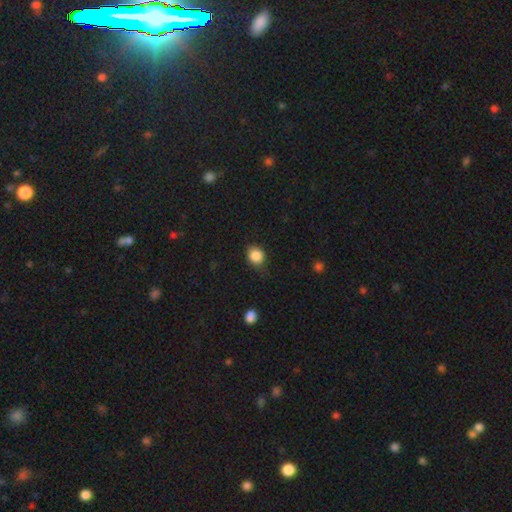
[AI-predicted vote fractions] Q: Smooth or featured?
A: smooth (85%); runner-up: star or artifact (10%)
Q: How rounded?
A: round (71%); runner-up: in between (28%)
Q: Merging?
A: none (70%); runner-up: minor disturbance (23%)